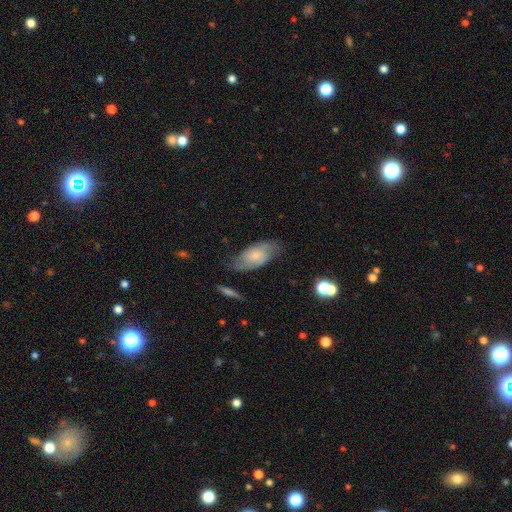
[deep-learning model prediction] Smooth or featured?
  - smooth: 48% *
  - featured or disk: 45%
  - star or artifact: 7%
Merging?
  - none: 67% *
  - minor disturbance: 24%
  - major disturbance: 7%
  - merger: 2%